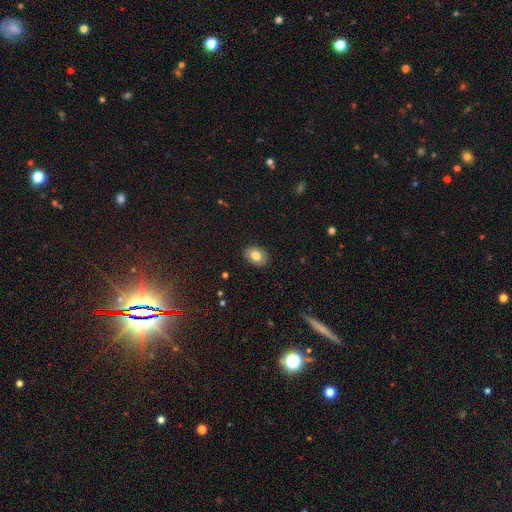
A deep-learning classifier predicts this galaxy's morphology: Q: Smooth or featured?
A: smooth (80%); runner-up: featured or disk (12%)
Q: How rounded?
A: in between (75%); runner-up: round (24%)
Q: Merging?
A: none (89%); runner-up: minor disturbance (8%)